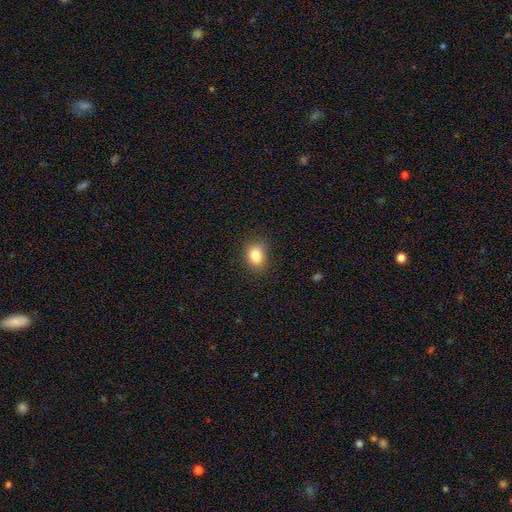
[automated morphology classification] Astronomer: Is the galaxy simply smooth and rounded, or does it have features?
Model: smooth — 83%.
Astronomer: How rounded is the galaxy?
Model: round — 50% (runner-up: in between, 49%).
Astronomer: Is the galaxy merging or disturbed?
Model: none — 83%.